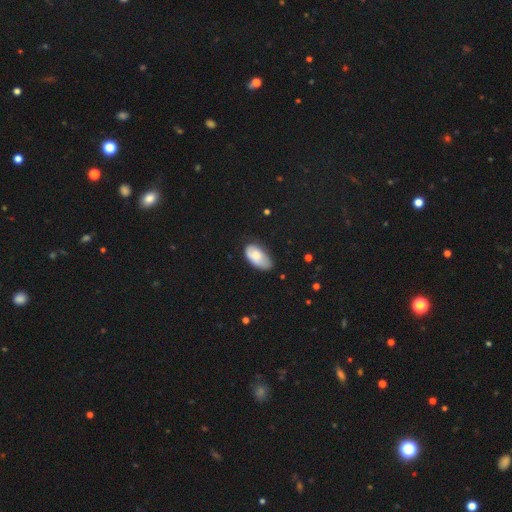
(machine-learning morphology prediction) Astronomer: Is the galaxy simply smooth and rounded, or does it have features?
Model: smooth — 72%.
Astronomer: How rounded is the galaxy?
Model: in between — 94%.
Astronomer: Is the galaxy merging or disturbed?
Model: none — 54% (runner-up: minor disturbance, 36%).